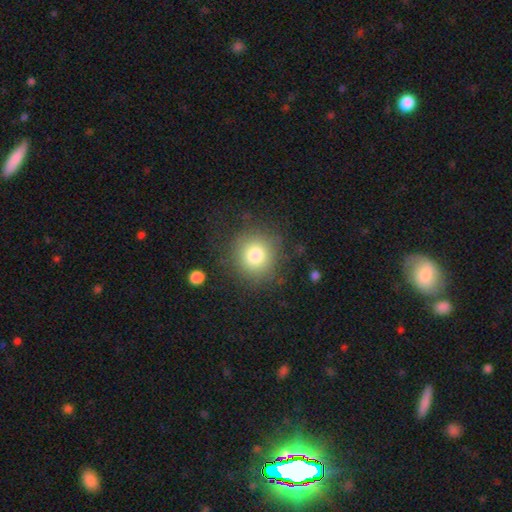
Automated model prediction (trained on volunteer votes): Smooth or featured? smooth (78%)
How rounded? round (91%)
Merging? none (84%)